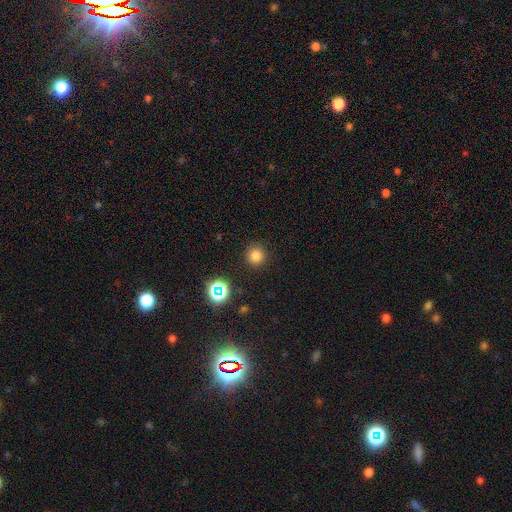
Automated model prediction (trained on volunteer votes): Overall: smooth (78%). How rounded: round (94%). Merging: none (90%).